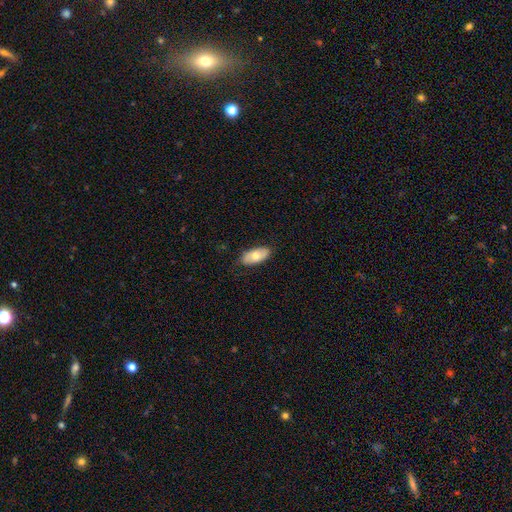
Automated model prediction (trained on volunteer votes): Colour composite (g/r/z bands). It shows a smooth galaxy with no disk features (67%) that is in between round and cigar-shaped (92%). Merging: none (82%).